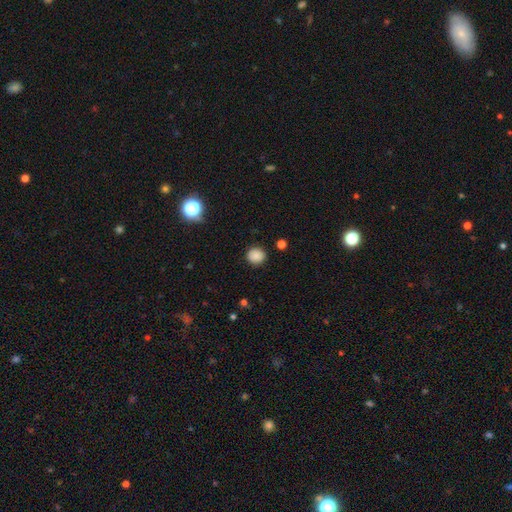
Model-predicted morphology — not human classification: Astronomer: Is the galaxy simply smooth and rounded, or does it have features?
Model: smooth — 84%.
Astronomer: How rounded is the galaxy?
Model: round — 86%.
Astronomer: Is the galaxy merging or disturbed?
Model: none — 86%.